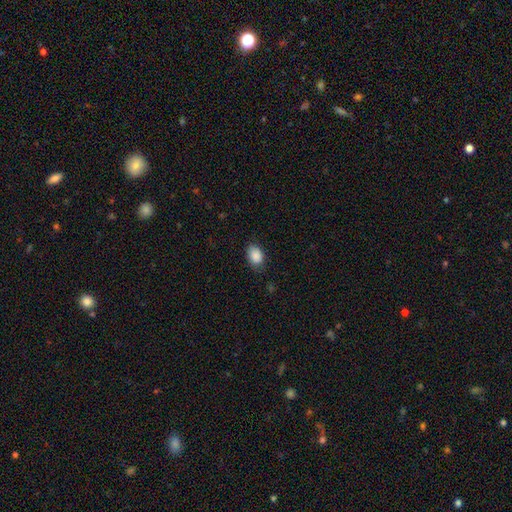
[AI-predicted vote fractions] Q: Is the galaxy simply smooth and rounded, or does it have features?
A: smooth — 89%.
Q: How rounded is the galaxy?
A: in between — 82%.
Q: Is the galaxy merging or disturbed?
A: none — 77%.